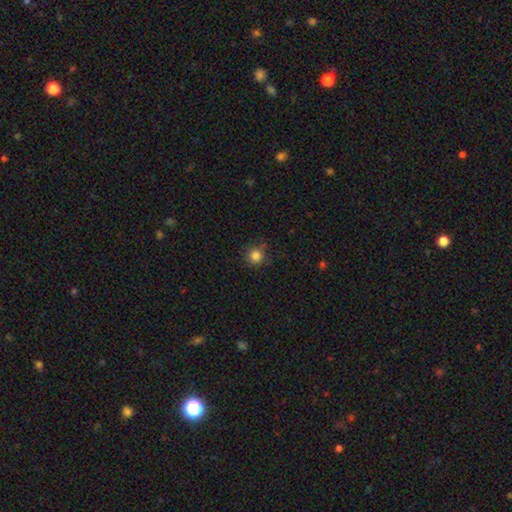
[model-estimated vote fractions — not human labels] This is clearly a smooth galaxy (83%). How rounded: clearly round (91%). Merging: likely none (79%).